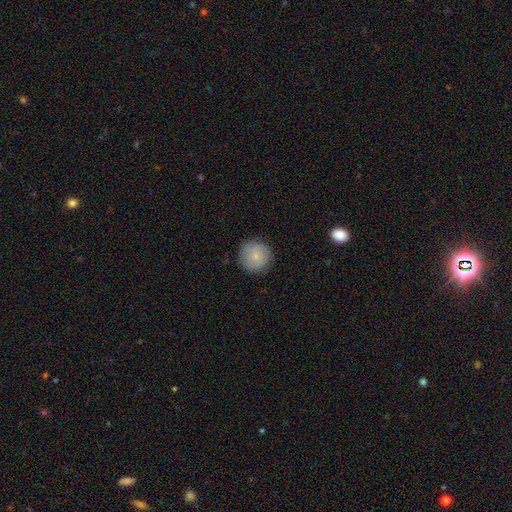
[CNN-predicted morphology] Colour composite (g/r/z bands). It shows a smooth galaxy with no disk features (80%) that is round (95%). Merging: none (86%).